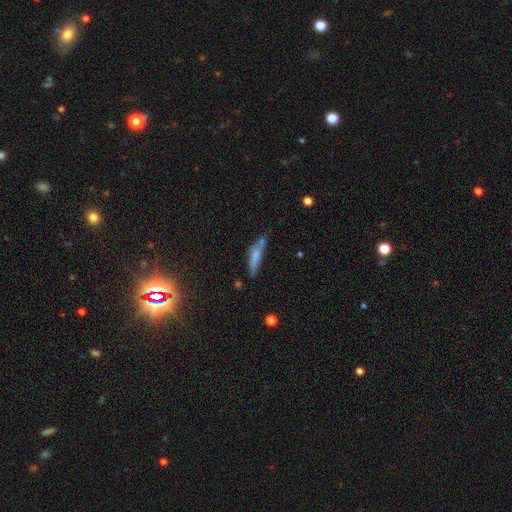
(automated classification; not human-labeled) This is likely a smooth galaxy (61%). How rounded: likely cigar-shaped (73%). Merging: marginally none (43%).